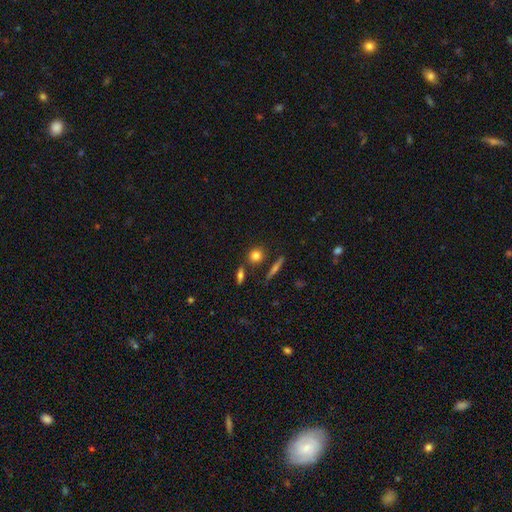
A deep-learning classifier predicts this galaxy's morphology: The model was most divided on "how rounded": round: 78%, in between: 17%, cigar-shaped: 5%. More confident: smooth or featured — smooth (80%); merging — none (76%).